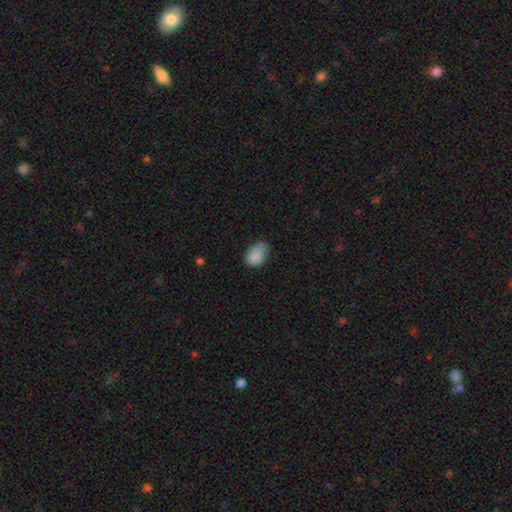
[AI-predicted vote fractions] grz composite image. It shows a smooth galaxy with no disk features (84%) that is in between round and cigar-shaped (78%). Merging: none (50%).